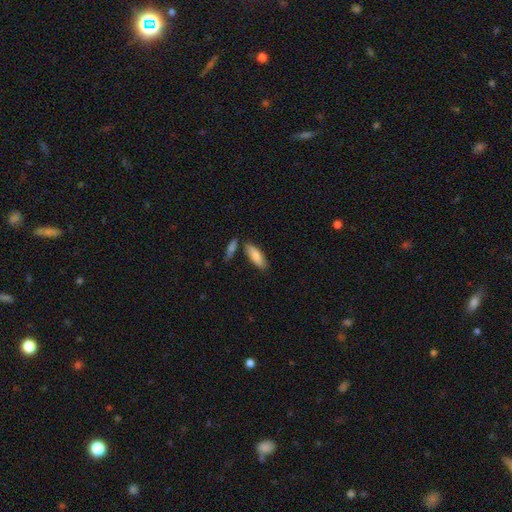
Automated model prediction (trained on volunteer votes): smooth_or_featured: smooth (p=0.81) [alt: featured or disk p=0.13]
how_rounded: in between (p=0.63) [alt: cigar-shaped p=0.35]
merging: none (p=0.75) [alt: minor disturbance p=0.13]